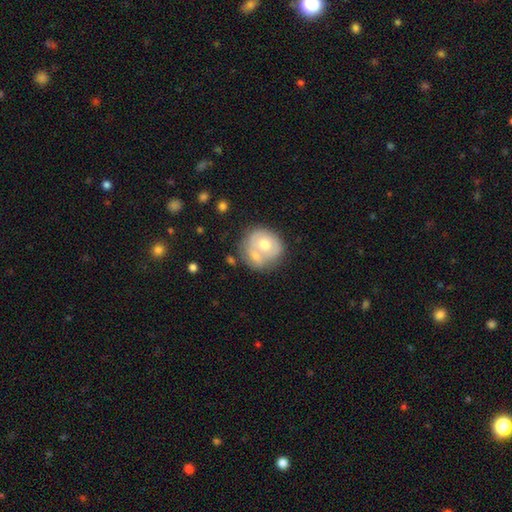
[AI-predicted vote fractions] Smooth or featured? Predicted: smooth (p=0.57). How rounded? Predicted: round (p=0.78). Merging? Predicted: merger (p=0.55).